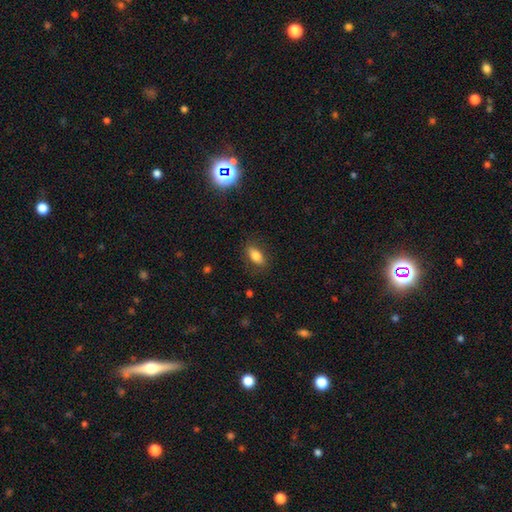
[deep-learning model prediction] A smooth galaxy with no disk features (80%) that is in between round and cigar-shaped (87%). Merging: none (82%).